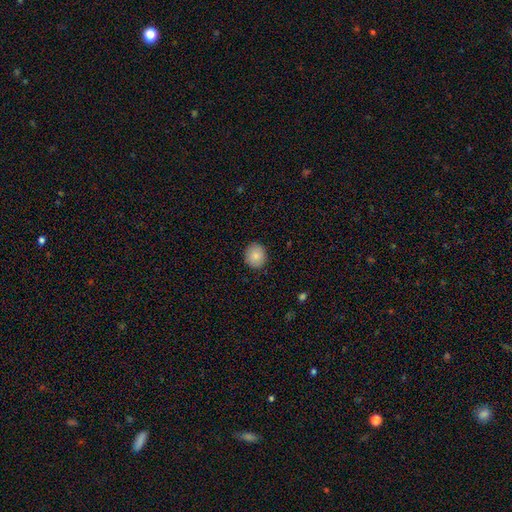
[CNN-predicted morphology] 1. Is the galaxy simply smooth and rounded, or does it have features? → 85% smooth, 8% star or artifact, 7% featured or disk.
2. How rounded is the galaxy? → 78% round, 22% in between, 1% cigar-shaped.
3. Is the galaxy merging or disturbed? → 89% none, 8% minor disturbance, 2% major disturbance, 1% merger.